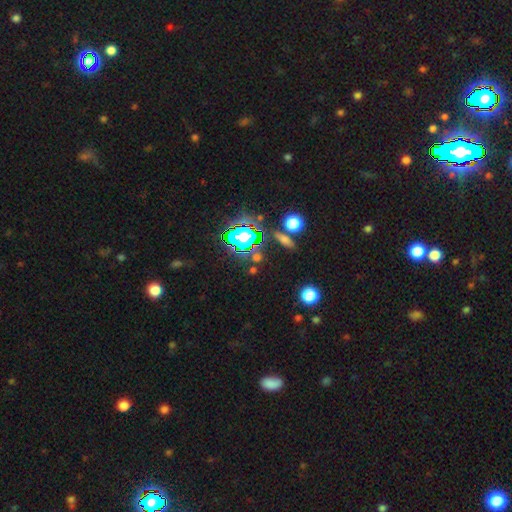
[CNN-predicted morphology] smooth_or_featured: star or artifact (p=0.67) [alt: smooth p=0.22]